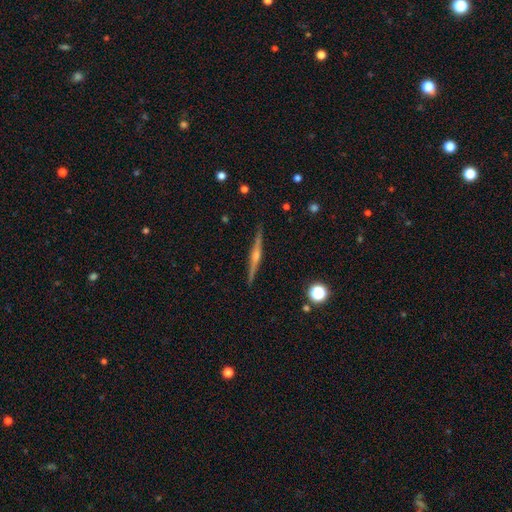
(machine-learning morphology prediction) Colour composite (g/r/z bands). It shows a featured or disk galaxy (82%) viewed edge-on (98%) with a rounded central bulge (87%). Merging: none (92%).